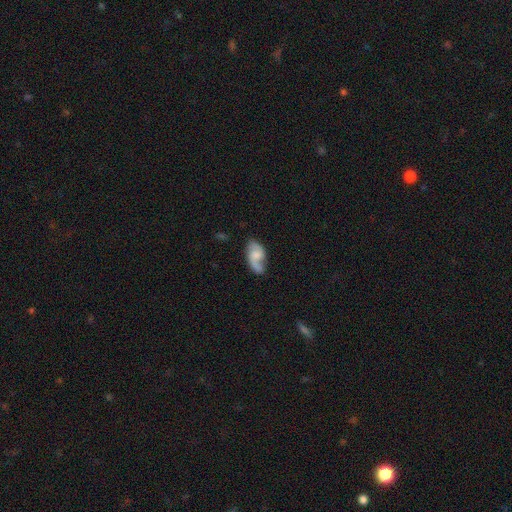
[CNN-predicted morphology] Overall: featured or disk (61%; smooth 32%). Edge-on disk: no (95%). Bar: no (54%; weak 39%). Spiral arms: yes (91%). Spiral arm count: 2 (74%). Spiral winding: loose (50%; medium 37%). Bulge size: moderate (34%; small 30%). Merging: none (61%; minor disturbance 25%).